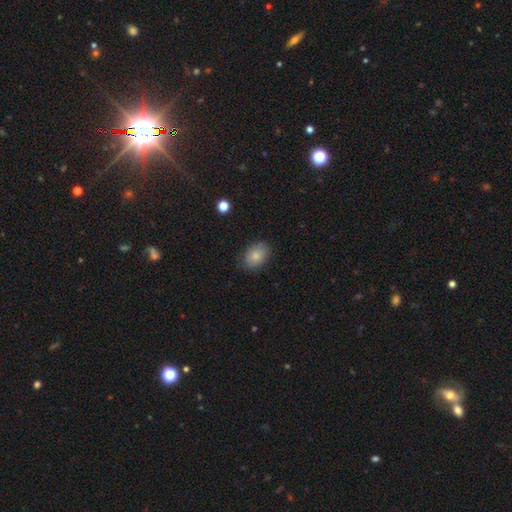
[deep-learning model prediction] Smooth or featured: smooth — 83% (featured or disk — 9%)
How rounded: in between — 74% (round — 25%)
Merging: none — 82% (minor disturbance — 13%)